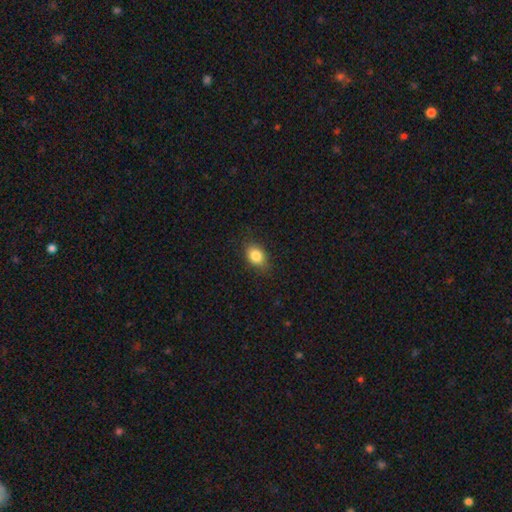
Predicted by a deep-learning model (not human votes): A smooth galaxy with no disk features (84%) that is in between round and cigar-shaped (72%). Merging: none (81%).